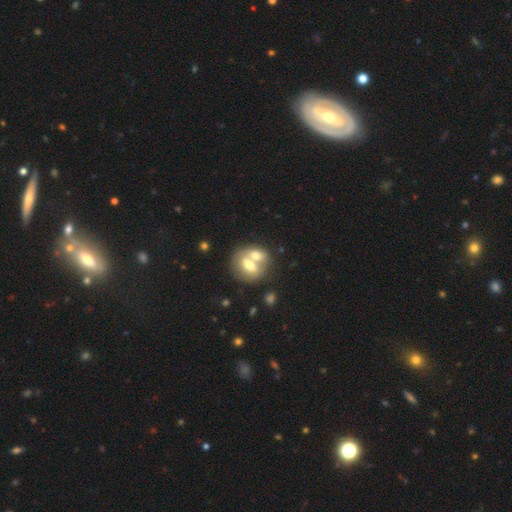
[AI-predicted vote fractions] Smooth or featured? Predicted: smooth (p=0.61). How rounded? Predicted: in between (p=0.61). Merging? Predicted: merger (p=0.65).